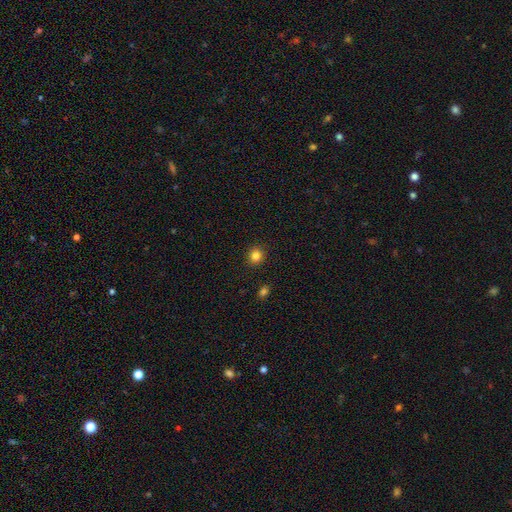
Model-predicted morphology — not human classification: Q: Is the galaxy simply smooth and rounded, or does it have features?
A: smooth — 83%.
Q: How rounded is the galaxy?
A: round — 84%.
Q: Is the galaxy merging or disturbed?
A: none — 91%.